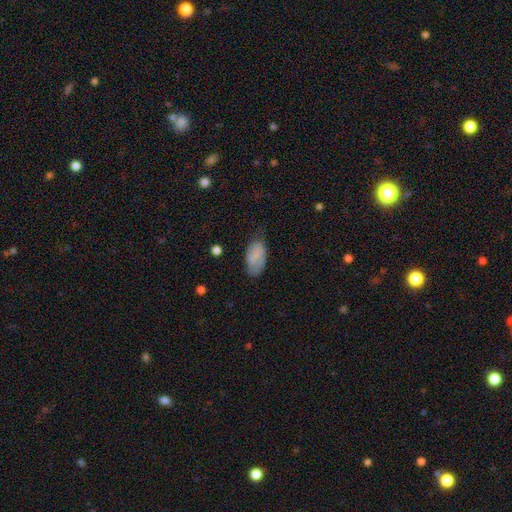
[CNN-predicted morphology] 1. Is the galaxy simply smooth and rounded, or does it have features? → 74% smooth, 18% featured or disk, 8% star or artifact.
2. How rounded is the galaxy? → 94% in between, 3% round, 3% cigar-shaped.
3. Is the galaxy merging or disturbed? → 59% none, 31% minor disturbance, 8% major disturbance, 2% merger.